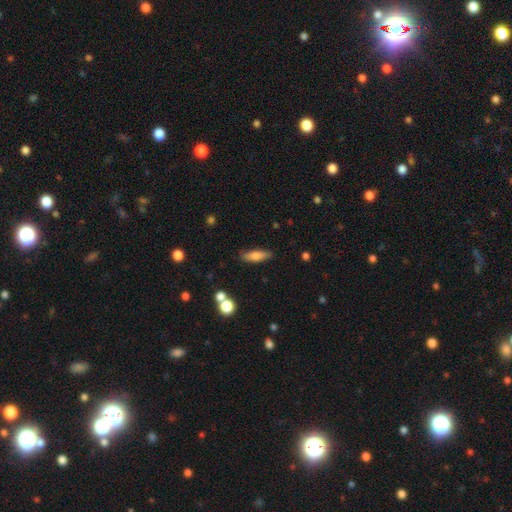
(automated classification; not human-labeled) Smooth or featured? Predicted: smooth (p=0.73). How rounded? Predicted: cigar-shaped (p=0.55). Merging? Predicted: none (p=0.83).